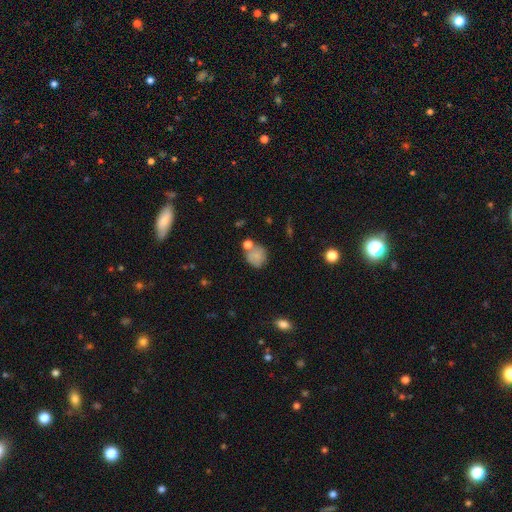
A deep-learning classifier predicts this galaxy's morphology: Smooth or featured? Predicted: smooth (p=0.71). How rounded? Predicted: round (p=0.75). Merging? Predicted: none (p=0.50).